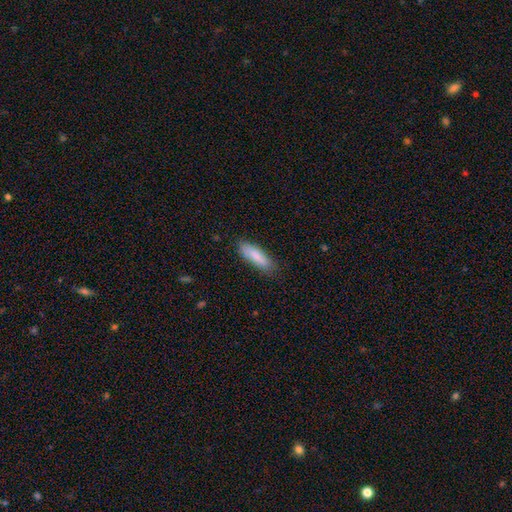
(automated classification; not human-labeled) smooth-or-featured: smooth: 85% | featured or disk: 9% | star or artifact: 6%
  how-rounded: cigar-shaped: 53% | in between: 45% | round: 1%
  merging: none: 80% | minor disturbance: 16% | major disturbance: 3% | merger: 1%